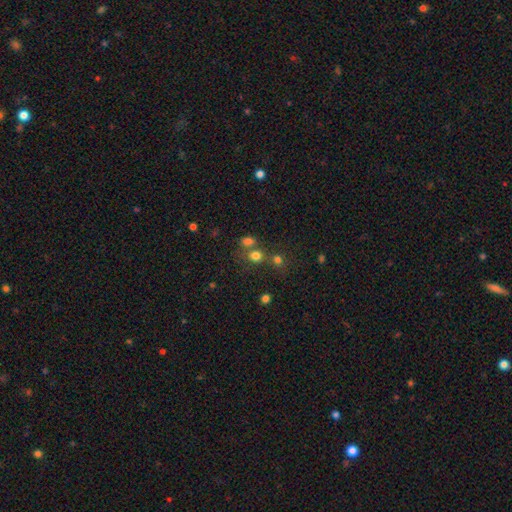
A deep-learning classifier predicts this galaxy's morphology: This appears to be a smooth galaxy with no disk features (72%) that is round (69%). Merging: none (55%).